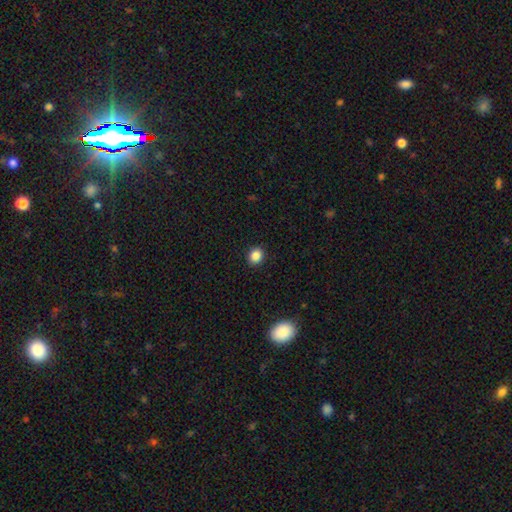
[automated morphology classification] Smooth or featured? smooth (86%)
How rounded? round (72%)
Merging? none (91%)